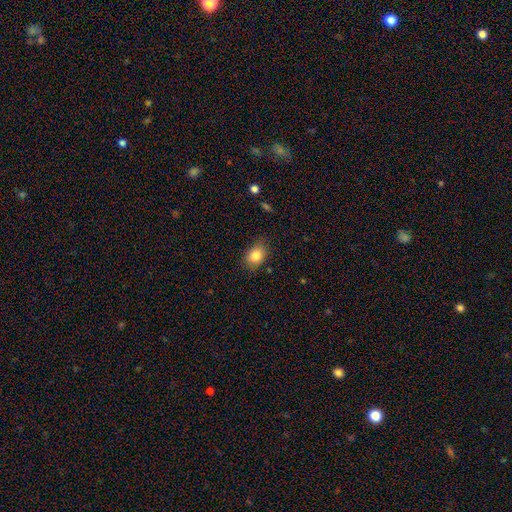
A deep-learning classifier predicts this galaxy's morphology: Q: Smooth or featured?
A: smooth (84%); runner-up: star or artifact (9%)
Q: How rounded?
A: in between (68%); runner-up: round (31%)
Q: Merging?
A: none (81%); runner-up: minor disturbance (15%)